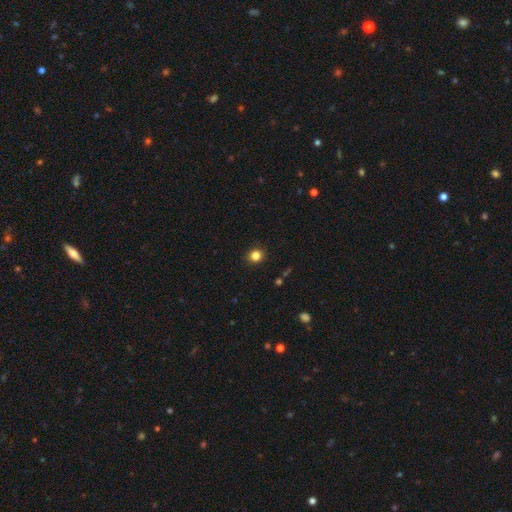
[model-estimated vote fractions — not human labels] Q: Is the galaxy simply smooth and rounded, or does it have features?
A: smooth — 83%.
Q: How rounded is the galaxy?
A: round — 89%.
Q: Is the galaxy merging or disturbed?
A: none — 92%.